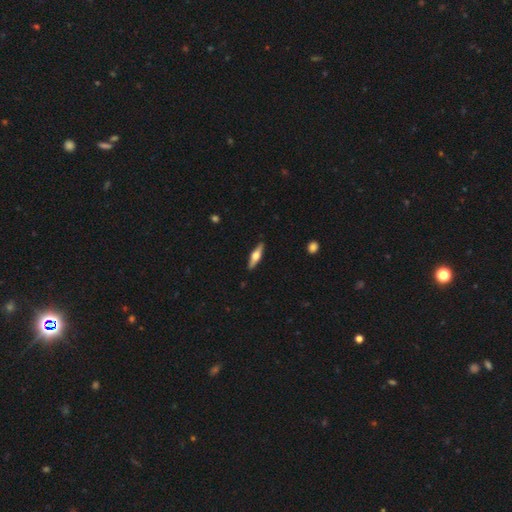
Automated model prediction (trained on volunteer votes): Smooth or featured? featured or disk (57%)
Edge-on disk? yes (95%)
Edge-on bulge? rounded (93%)
Merging? none (90%)